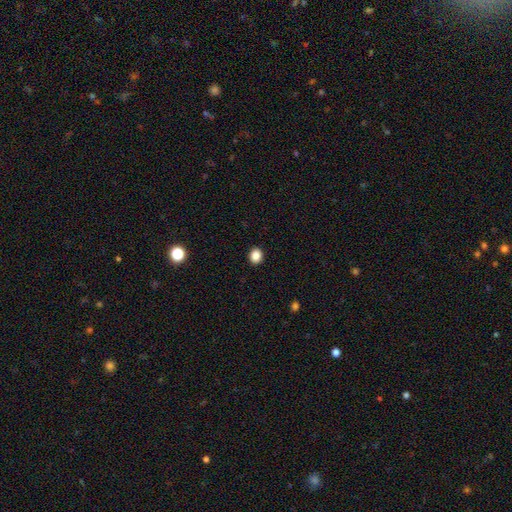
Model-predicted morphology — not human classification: Smooth or featured: smooth — 86% (star or artifact — 10%)
How rounded: round — 72% (in between — 27%)
Merging: none — 92% (minor disturbance — 5%)